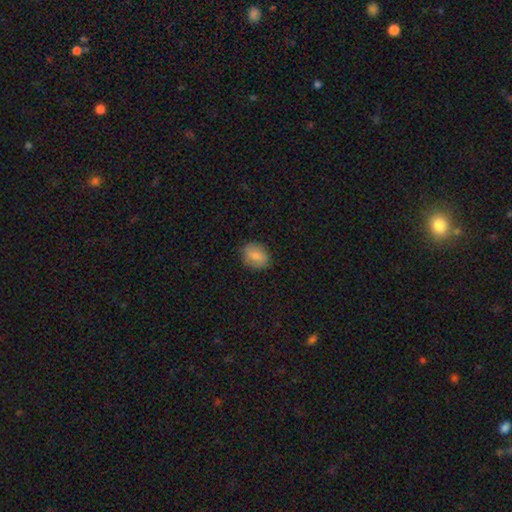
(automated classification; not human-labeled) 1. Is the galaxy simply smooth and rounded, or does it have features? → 77% smooth, 15% featured or disk, 8% star or artifact.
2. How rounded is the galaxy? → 51% in between, 48% round, 1% cigar-shaped.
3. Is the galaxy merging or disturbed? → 83% none, 13% minor disturbance, 3% major disturbance, 1% merger.